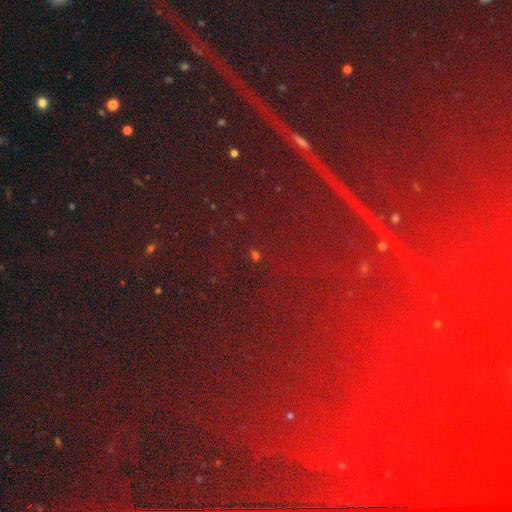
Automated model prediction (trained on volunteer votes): This is likely a star or artifact rather than a galaxy (76%).